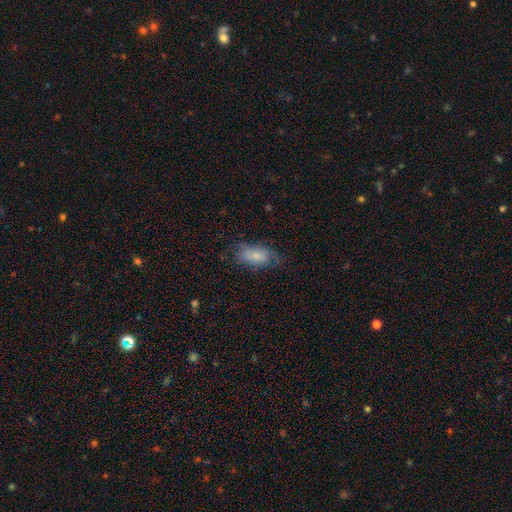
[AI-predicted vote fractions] Overall: smooth (77%). How rounded: in between (91%). Merging: none (60%; minor disturbance 27%).